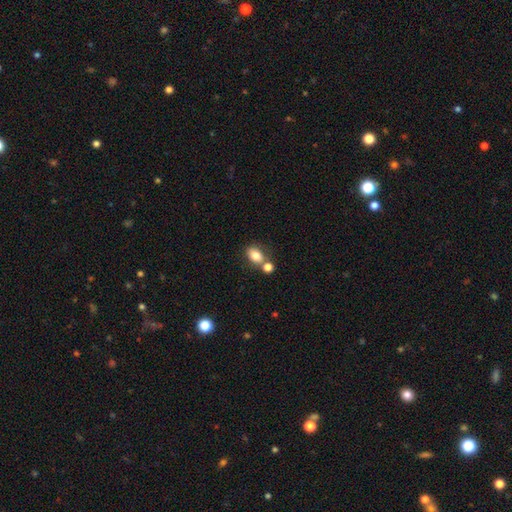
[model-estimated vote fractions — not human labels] This appears to be a smooth galaxy with no disk features (80%) that is in between round and cigar-shaped (74%). Merging: none (55%).